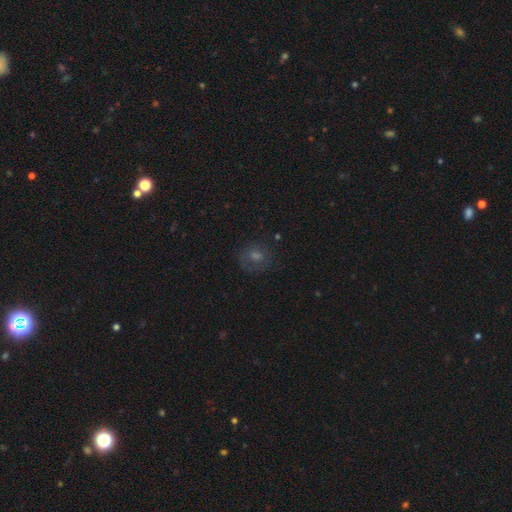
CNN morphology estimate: This appears to be a smooth galaxy with no disk features (51%) that is round (73%). Merging: none (72%).